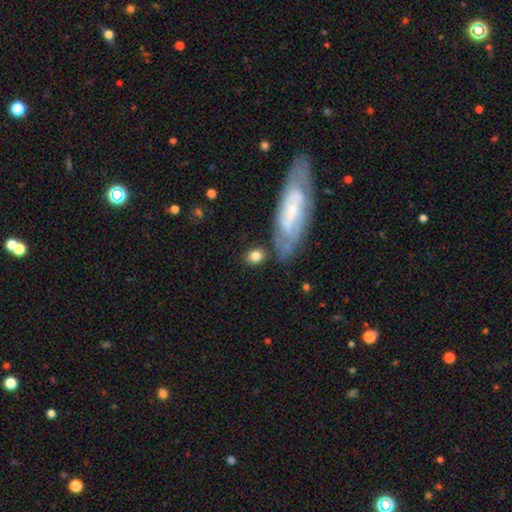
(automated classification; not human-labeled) The model was most divided on "how rounded": round: 49%, in between: 48%, cigar-shaped: 3%. More confident: smooth or featured — smooth (79%); merging — none (72%).